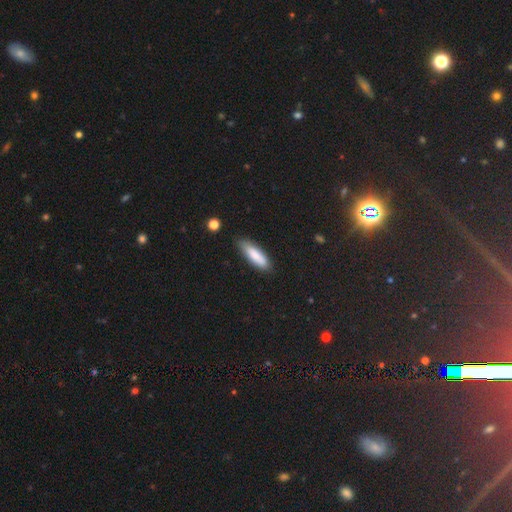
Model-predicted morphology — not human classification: smooth 83%, featured or disk 11%, star or artifact 6%. Down the decision tree: how rounded — cigar-shaped (58%); merging — none (82%).